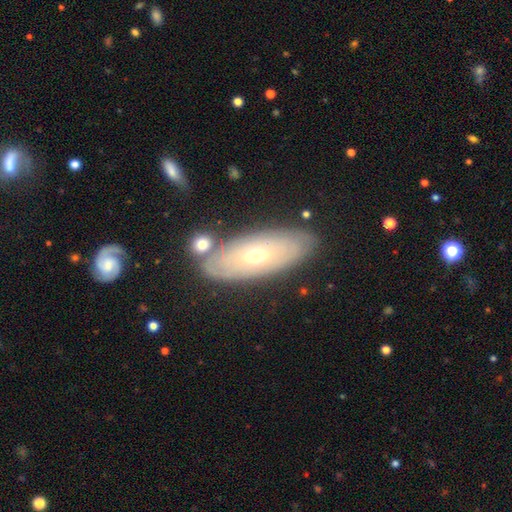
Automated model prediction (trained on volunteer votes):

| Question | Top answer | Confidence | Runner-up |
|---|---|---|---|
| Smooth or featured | featured or disk | 58% | smooth (34%) |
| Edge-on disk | no | 77% | yes (23%) |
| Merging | none | 79% | minor disturbance (12%) |